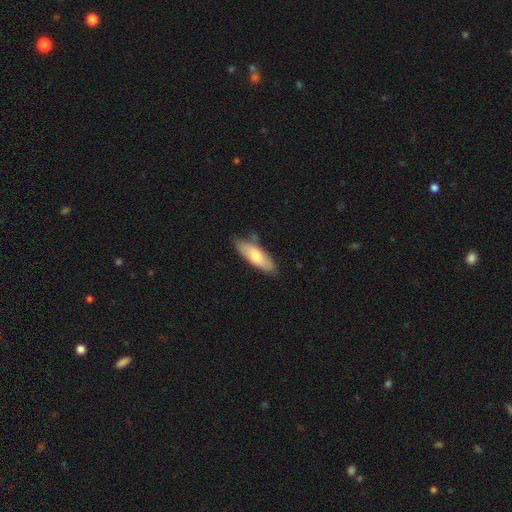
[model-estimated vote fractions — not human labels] The model was most divided on "how rounded": in between: 59%, cigar-shaped: 39%, round: 2%. More confident: merging — none (75%); smooth or featured — smooth (71%).